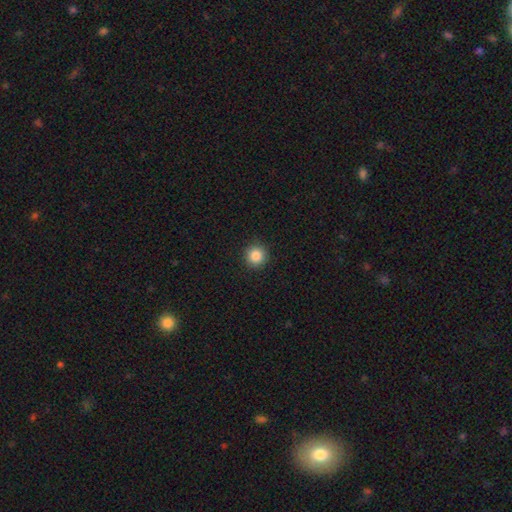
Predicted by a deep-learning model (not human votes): smooth-or-featured: smooth: 86% | star or artifact: 10% | featured or disk: 4%
  how-rounded: round: 95% | in between: 4% | cigar-shaped: 1%
  merging: none: 92% | minor disturbance: 5% | major disturbance: 2% | merger: 1%